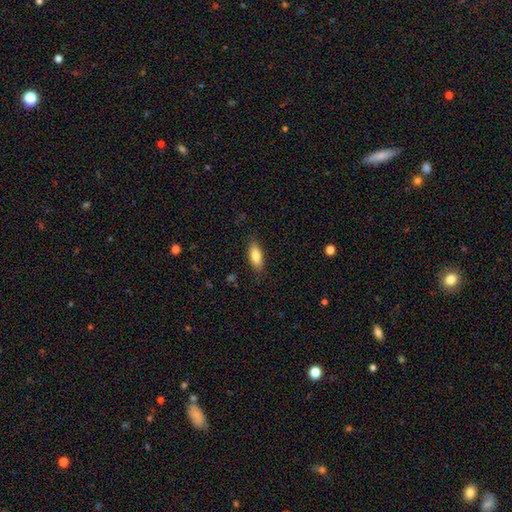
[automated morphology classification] This is clearly a smooth galaxy (80%). How rounded: likely in between (74%). Merging: clearly none (84%).